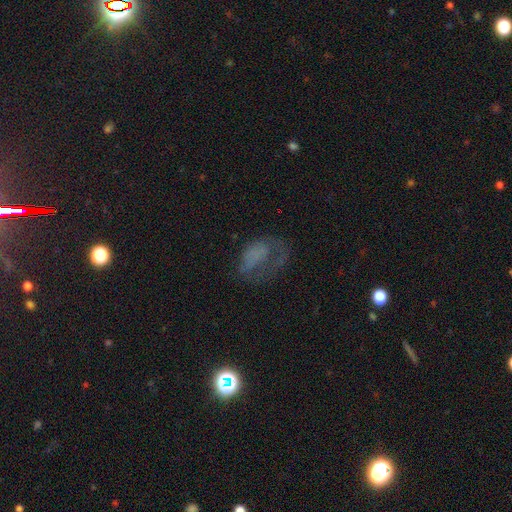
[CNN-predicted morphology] This appears to be a smooth galaxy with no disk features (45%). Merging: major disturbance (45%).